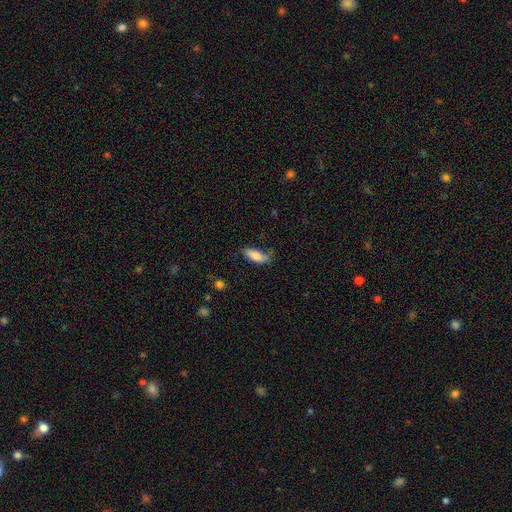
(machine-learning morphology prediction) This appears to be a smooth galaxy with no disk features (83%) that is in between round and cigar-shaped (79%). Merging: none (54%).